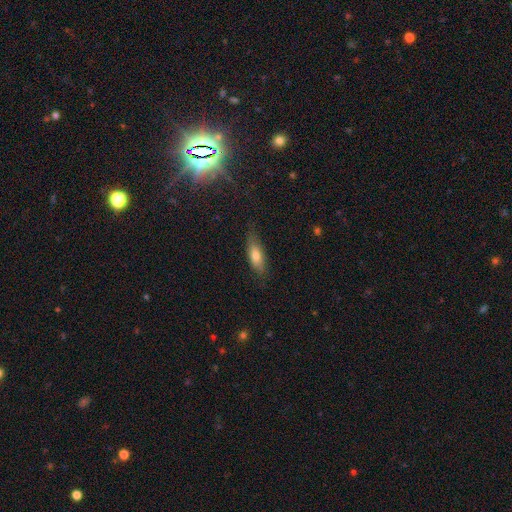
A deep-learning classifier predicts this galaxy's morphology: The model was most divided on "how rounded": in between: 64%, cigar-shaped: 33%, round: 3%. More confident: merging — none (74%); smooth or featured — smooth (72%).